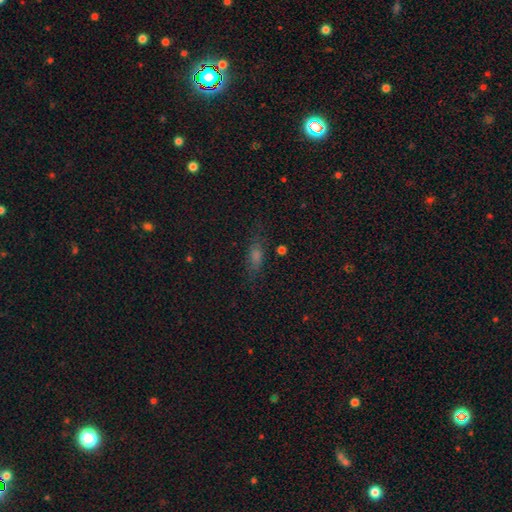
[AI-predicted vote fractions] smooth 50%, star or artifact 26%, featured or disk 24%. Down the decision tree: how rounded — in between (50%); merging — none (78%).